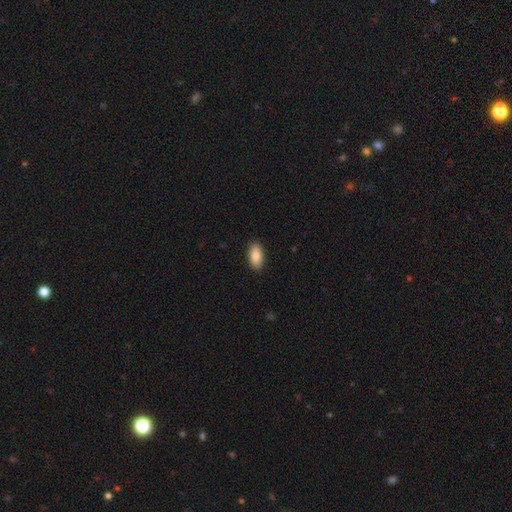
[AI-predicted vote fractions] smooth 86%, featured or disk 7%, star or artifact 6%. Down the decision tree: how rounded — in between (93%); merging — none (90%).